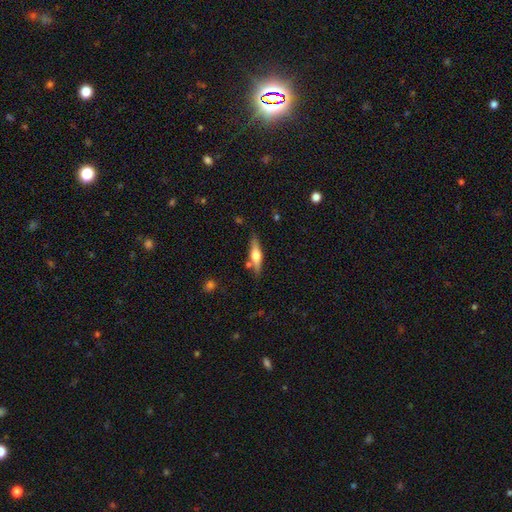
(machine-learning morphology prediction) A featured or disk galaxy (51%) viewed edge-on (92%).

Vote fractions:
- Smooth or featured? featured or disk: 51% / smooth: 43% / star or artifact: 6%
- Edge-on disk? yes: 92% / no: 8%
- Merging? none: 78% / minor disturbance: 13% / merger: 6% / major disturbance: 3%